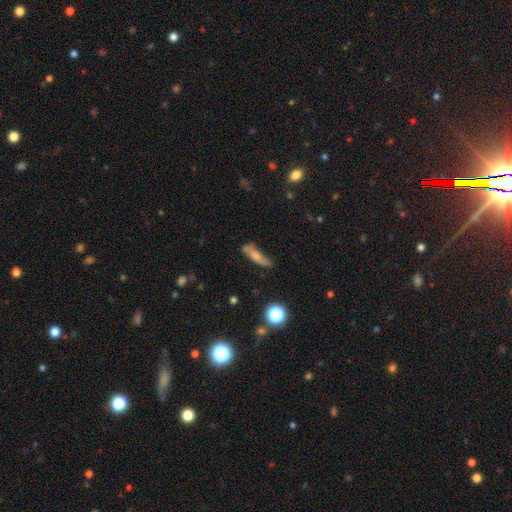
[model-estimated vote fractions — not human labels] smooth 66%, featured or disk 25%, star or artifact 10%. Down the decision tree: how rounded — cigar-shaped (71%); merging — none (58%).